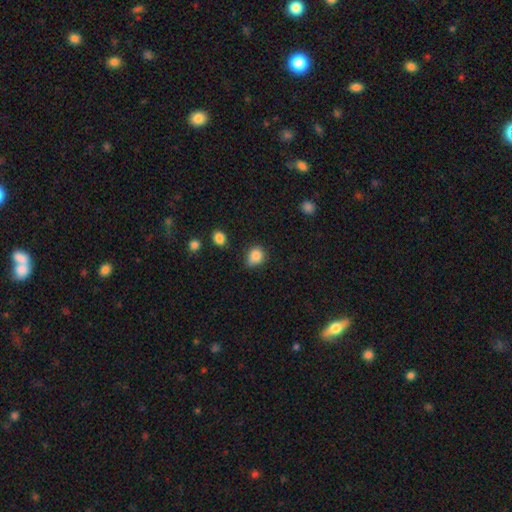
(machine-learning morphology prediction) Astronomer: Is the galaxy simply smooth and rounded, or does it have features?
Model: smooth — 84%.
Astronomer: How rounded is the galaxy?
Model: round — 68%.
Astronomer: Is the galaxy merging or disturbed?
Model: none — 63%.